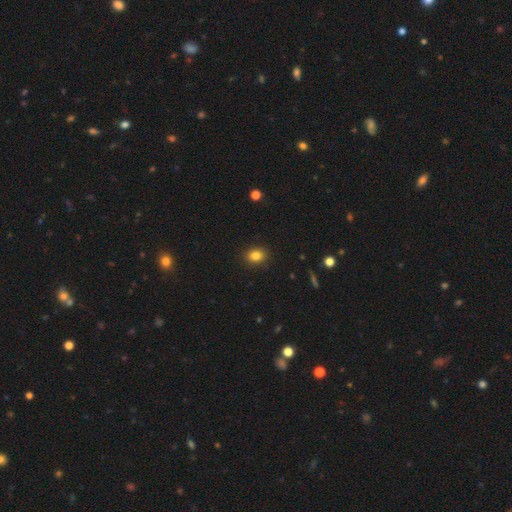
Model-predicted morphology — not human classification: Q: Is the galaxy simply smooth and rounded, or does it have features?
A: smooth — 84%.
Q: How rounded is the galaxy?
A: round — 51%.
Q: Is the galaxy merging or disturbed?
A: none — 89%.